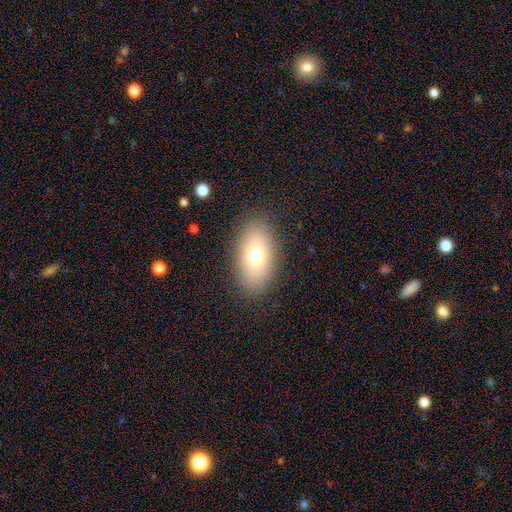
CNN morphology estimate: Q: Smooth or featured?
A: smooth (69%); runner-up: featured or disk (19%)
Q: How rounded?
A: in between (87%); runner-up: round (11%)
Q: Merging?
A: none (85%); runner-up: minor disturbance (9%)